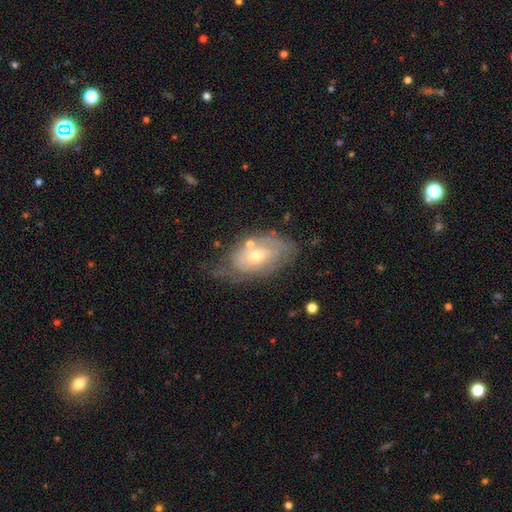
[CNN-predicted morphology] Smooth or featured?
  - featured or disk: 71% *
  - smooth: 22%
  - star or artifact: 7%
Edge-on disk?
  - no: 93% *
  - yes: 7%
Bar?
  - no: 72% *
  - weak: 23%
  - strong: 5%
Spiral arms?
  - yes: 76% *
  - no: 24%
Spiral winding?
  - tight: 66% *
  - medium: 25%
  - loose: 9%
Spiral arm count?
  - can't tell: 53% *
  - 2: 28%
  - 3: 7%
  - 1: 7%
  - 4: 3%
  - more than 4: 3%
Bulge size?
  - small: 50% *
  - moderate: 46%
  - large: 2%
  - none: 1%
  - dominant: 1%
Merging?
  - none: 54% *
  - minor disturbance: 27%
  - major disturbance: 13%
  - merger: 7%